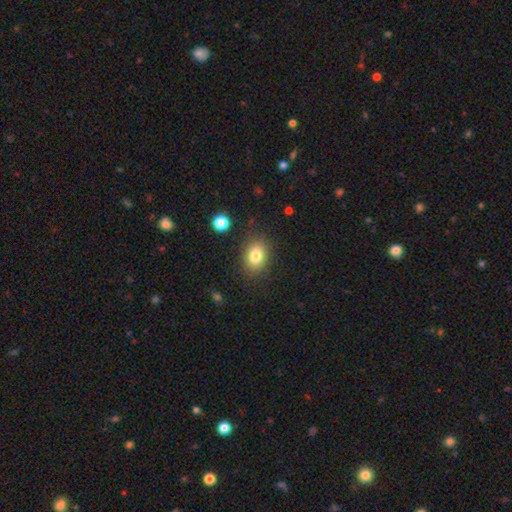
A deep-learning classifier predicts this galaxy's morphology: This is clearly a smooth galaxy (81%). How rounded: likely in between (63%). Merging: clearly none (83%).